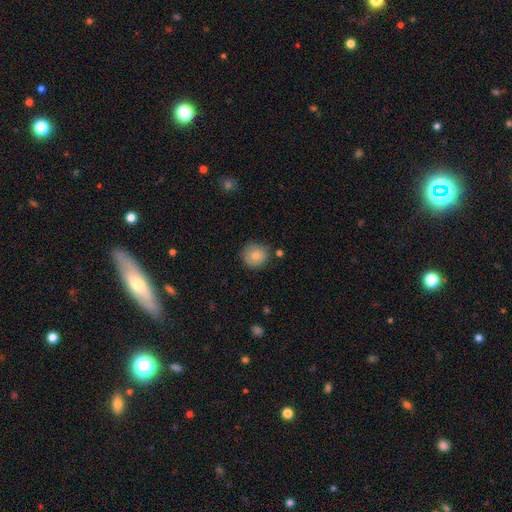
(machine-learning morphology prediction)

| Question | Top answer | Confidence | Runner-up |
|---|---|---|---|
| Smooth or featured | smooth | 82% | featured or disk (10%) |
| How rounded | round | 90% | in between (9%) |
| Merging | none | 80% | minor disturbance (14%) |